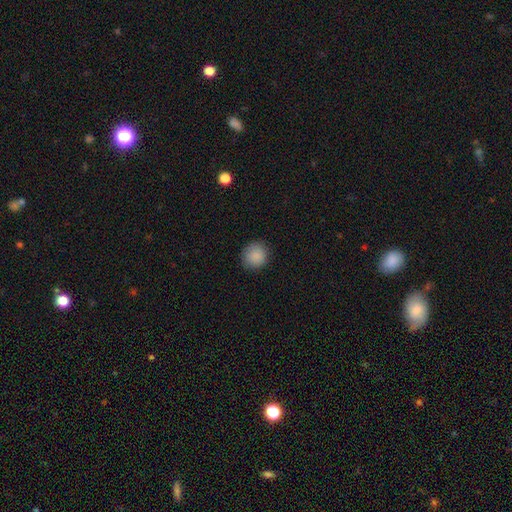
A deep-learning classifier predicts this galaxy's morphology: type=smooth (89%); roundness=round (91%); merging=none (89%).